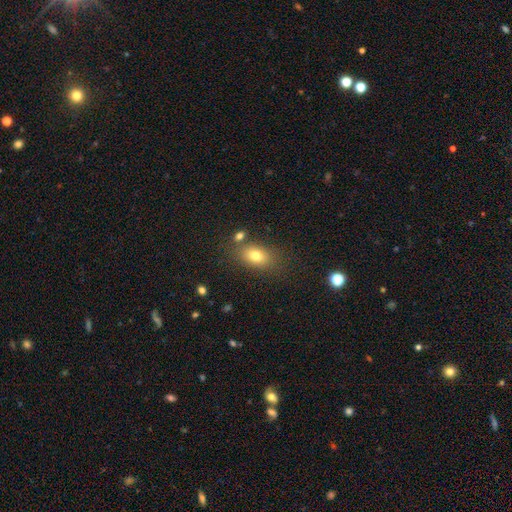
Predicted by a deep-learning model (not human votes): smooth 76%, featured or disk 13%, star or artifact 11%. Down the decision tree: how rounded — in between (81%); merging — none (72%).